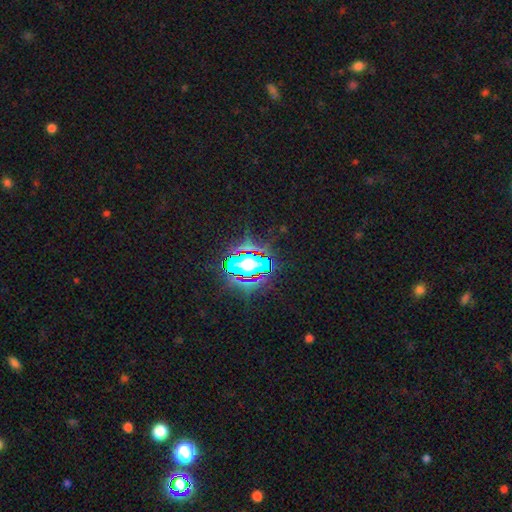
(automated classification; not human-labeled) Overall: star or artifact (65%).